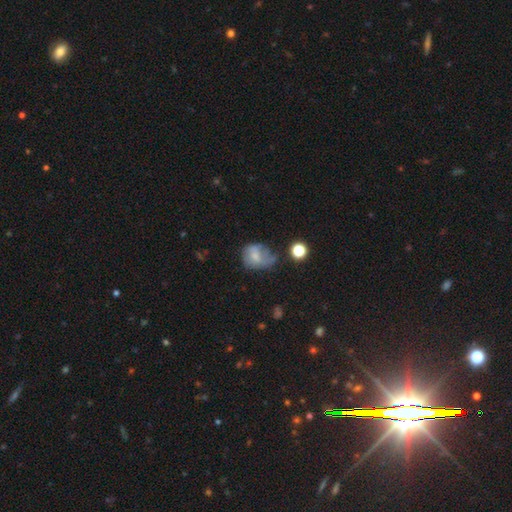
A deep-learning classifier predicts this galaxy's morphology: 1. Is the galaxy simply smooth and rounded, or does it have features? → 56% smooth, 32% featured or disk, 12% star or artifact.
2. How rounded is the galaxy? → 50% in between, 49% round, 1% cigar-shaped.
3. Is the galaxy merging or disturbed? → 34% major disturbance, 31% minor disturbance, 28% none, 7% merger.